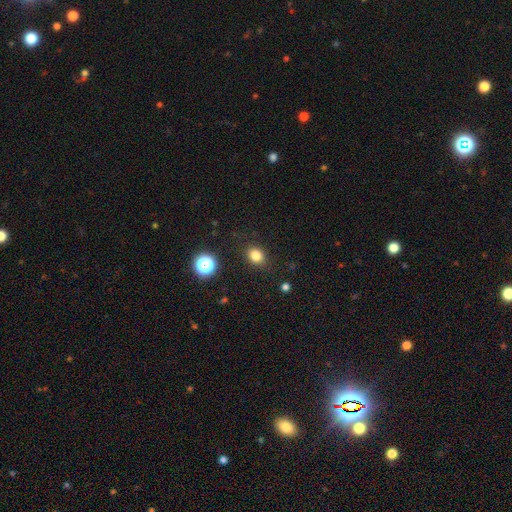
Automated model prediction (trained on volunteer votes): Overall: smooth (81%). How rounded: round (60%; in between 39%). Merging: none (87%).